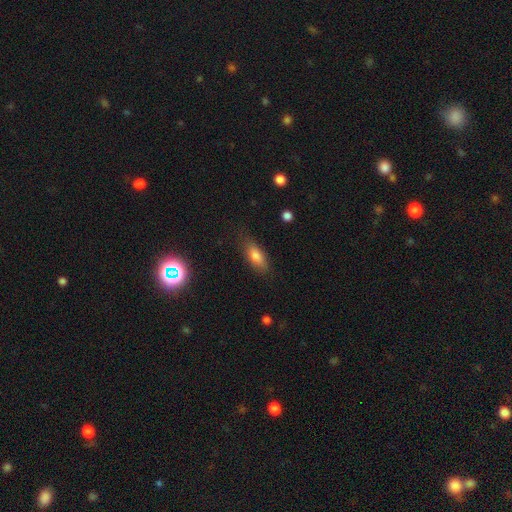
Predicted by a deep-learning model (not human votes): smooth 78%, featured or disk 13%, star or artifact 10%. Down the decision tree: how rounded — in between (73%); merging — none (77%).